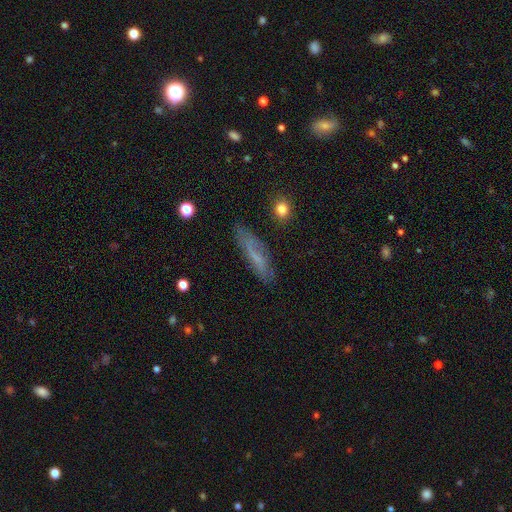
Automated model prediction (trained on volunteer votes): Smooth or featured?
  - smooth: 50% *
  - featured or disk: 40%
  - star or artifact: 10%
Merging?
  - none: 74% *
  - minor disturbance: 19%
  - major disturbance: 5%
  - merger: 2%